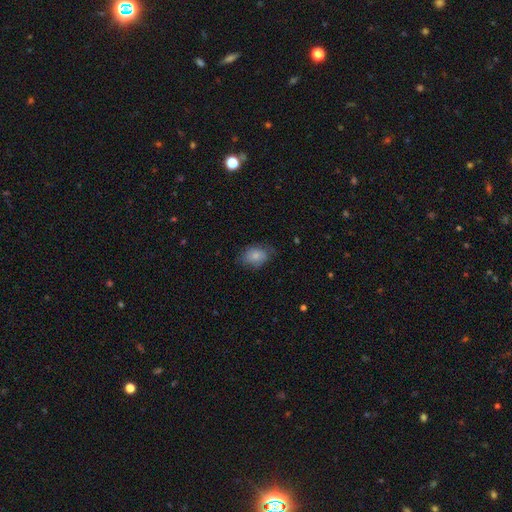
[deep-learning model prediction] Smooth or featured? smooth (79%)
How rounded? in between (75%)
Merging? none (69%)